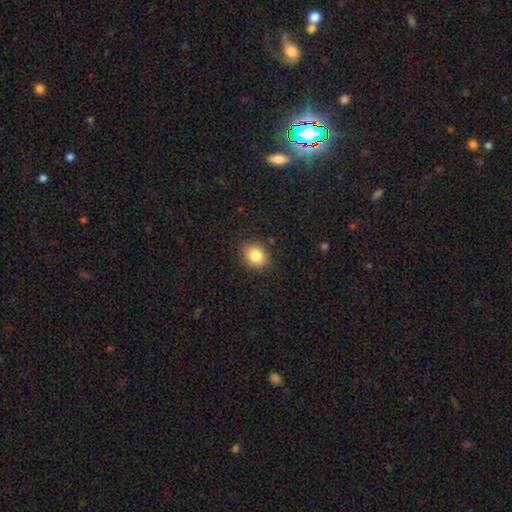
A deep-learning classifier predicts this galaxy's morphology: smooth_or_featured: smooth (p=0.84) [alt: star or artifact p=0.09]
how_rounded: round (p=0.50) [alt: in between p=0.49]
merging: none (p=0.86) [alt: minor disturbance p=0.10]